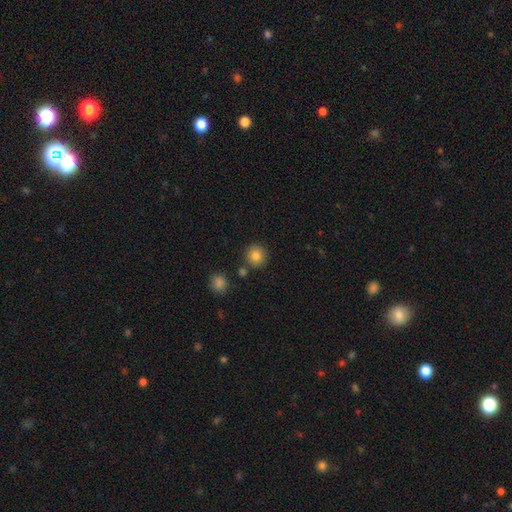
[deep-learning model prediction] Morphology: type=smooth (83%); roundness=round (93%); merging=none (84%).